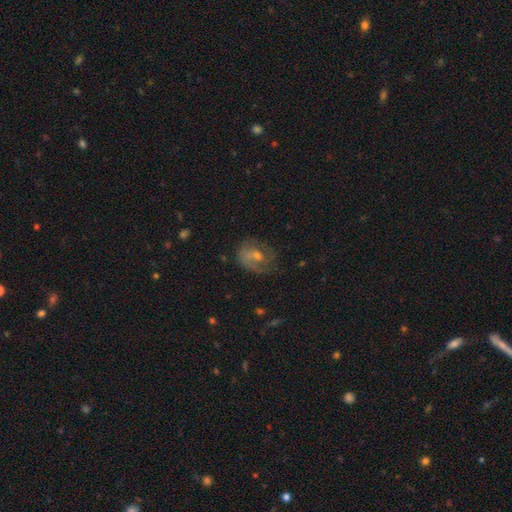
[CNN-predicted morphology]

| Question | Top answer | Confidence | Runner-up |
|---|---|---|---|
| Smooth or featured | featured or disk | 54% | smooth (30%) |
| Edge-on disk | no | 96% | yes (4%) |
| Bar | no | 56% | weak (35%) |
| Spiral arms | yes | 70% | no (30%) |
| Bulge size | moderate | 52% | small (38%) |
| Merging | none | 60% | minor disturbance (22%) |